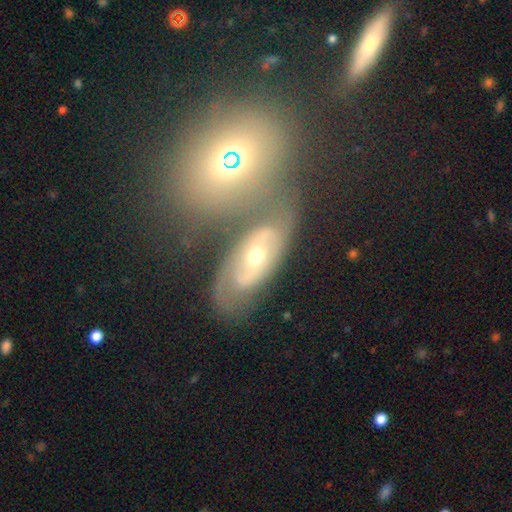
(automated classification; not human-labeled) Smooth or featured: featured or disk — 72% (smooth — 18%)
Edge-on disk: no — 93% (yes — 7%)
Bar: no — 65% (weak — 25%)
Spiral arms: yes — 78% (no — 22%)
Spiral winding: tight — 49% (medium — 36%)
Spiral arm count: 2 — 67% (can't tell — 21%)
Bulge size: moderate — 63% (small — 31%)
Merging: none — 57% (merger — 18%)